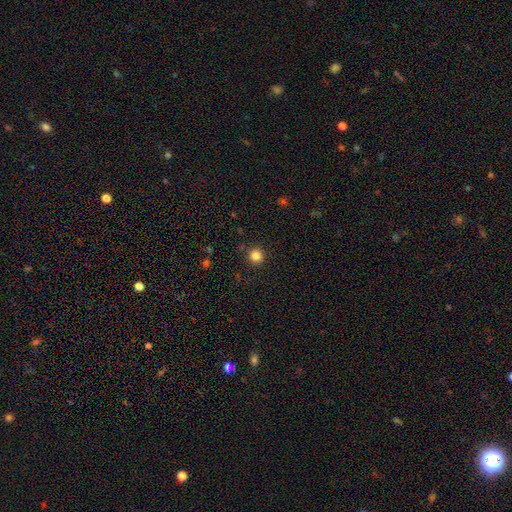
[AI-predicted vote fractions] smooth-or-featured: smooth: 84% | star or artifact: 12% | featured or disk: 4%
  how-rounded: round: 94% | in between: 5% | cigar-shaped: 1%
  merging: none: 90% | minor disturbance: 6% | major disturbance: 2% | merger: 1%